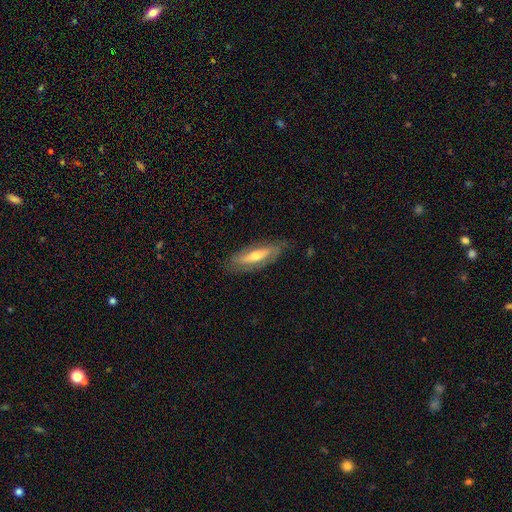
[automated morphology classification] featured or disk 59%, smooth 35%, star or artifact 6%. Down the decision tree: edge-on disk — no (53%); merging — none (79%).